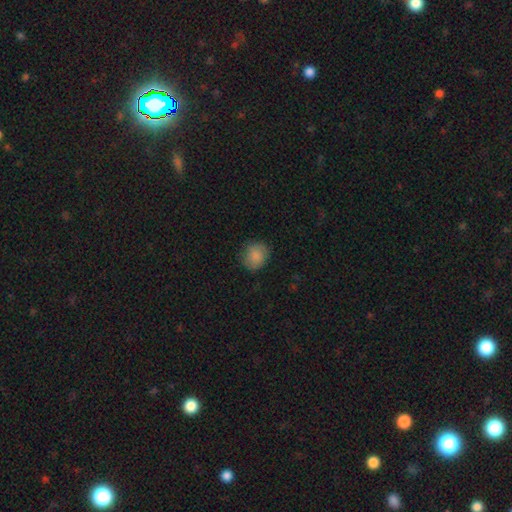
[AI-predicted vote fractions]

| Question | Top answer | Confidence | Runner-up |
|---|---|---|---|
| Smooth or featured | smooth | 86% | star or artifact (8%) |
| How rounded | round | 73% | in between (26%) |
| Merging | none | 81% | minor disturbance (14%) |